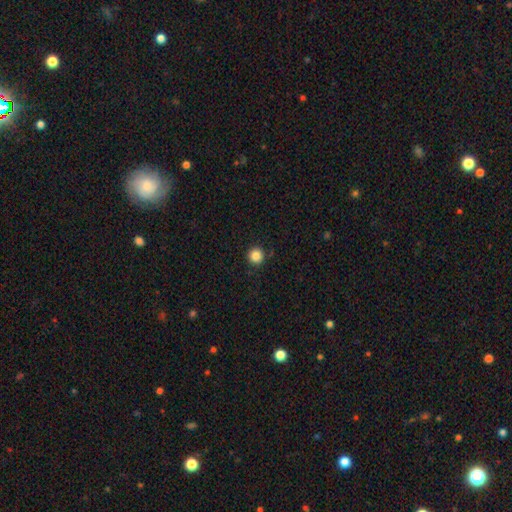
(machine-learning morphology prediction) Smooth or featured: smooth — 85% (star or artifact — 11%)
How rounded: round — 95% (in between — 4%)
Merging: none — 91% (minor disturbance — 6%)